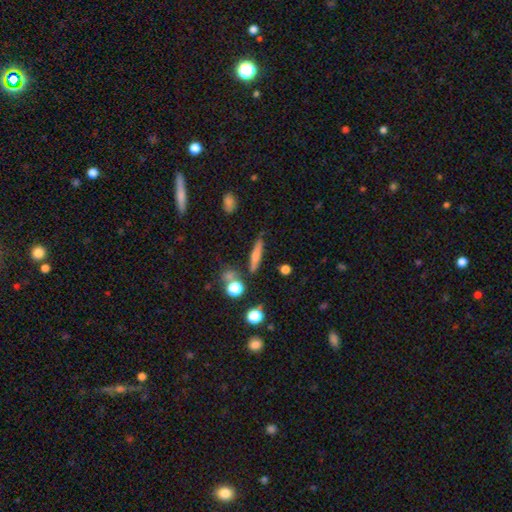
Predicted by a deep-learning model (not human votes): Q: Smooth or featured?
A: smooth (67%); runner-up: featured or disk (24%)
Q: How rounded?
A: cigar-shaped (83%); runner-up: in between (13%)
Q: Merging?
A: none (78%); runner-up: minor disturbance (13%)